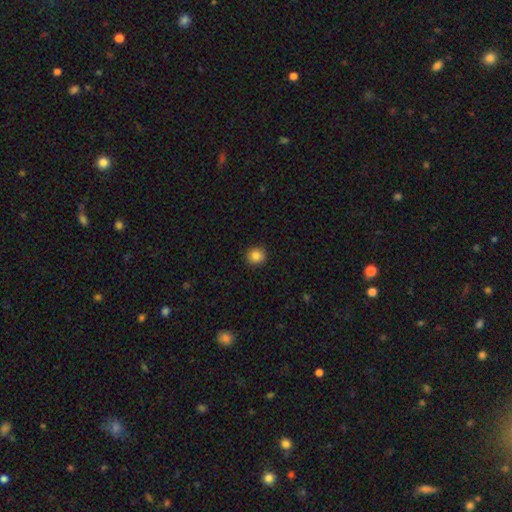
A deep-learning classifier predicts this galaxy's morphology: smooth-or-featured: smooth: 84% | star or artifact: 10% | featured or disk: 5%
  how-rounded: round: 93% | in between: 6% | cigar-shaped: 1%
  merging: none: 93% | minor disturbance: 5% | major disturbance: 2% | merger: 1%